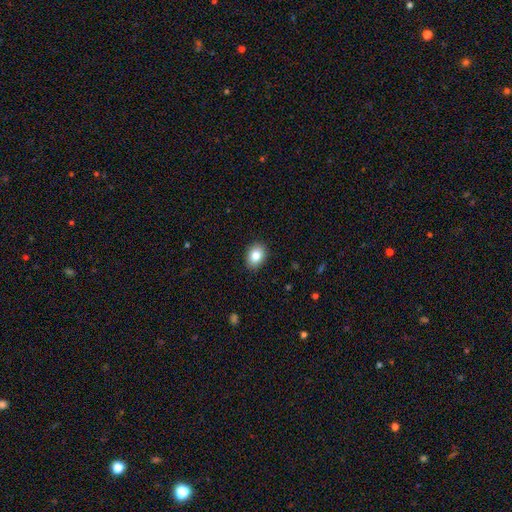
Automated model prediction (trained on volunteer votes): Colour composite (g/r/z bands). It shows a smooth galaxy with no disk features (83%) that is in between round and cigar-shaped (68%). Merging: none (90%).